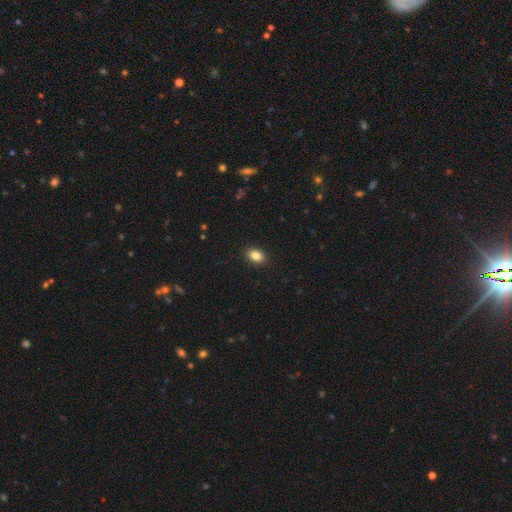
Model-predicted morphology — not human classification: The model was most divided on "how rounded": in between: 77%, round: 22%, cigar-shaped: 1%. More confident: merging — none (90%); smooth or featured — smooth (86%).